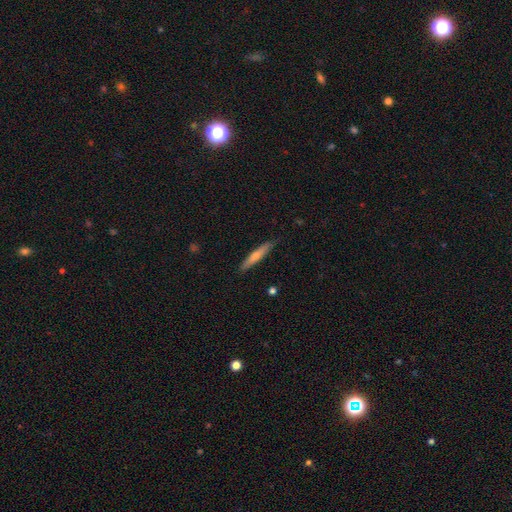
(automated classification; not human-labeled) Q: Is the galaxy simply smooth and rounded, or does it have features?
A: smooth — 53%.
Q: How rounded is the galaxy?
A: cigar-shaped — 93%.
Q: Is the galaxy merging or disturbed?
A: none — 88%.